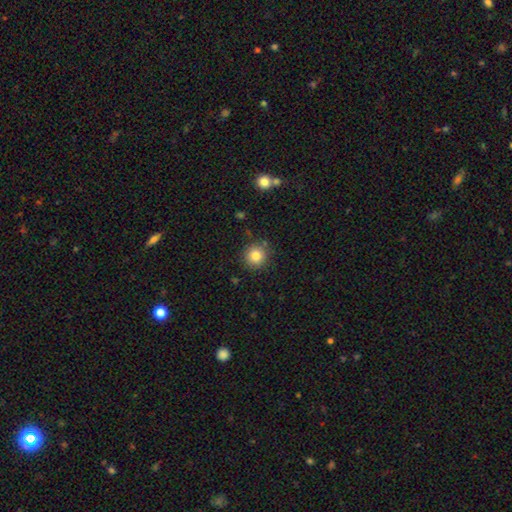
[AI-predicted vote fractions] Q: Smooth or featured?
A: smooth (82%); runner-up: star or artifact (11%)
Q: How rounded?
A: round (93%); runner-up: in between (6%)
Q: Merging?
A: none (87%); runner-up: minor disturbance (8%)